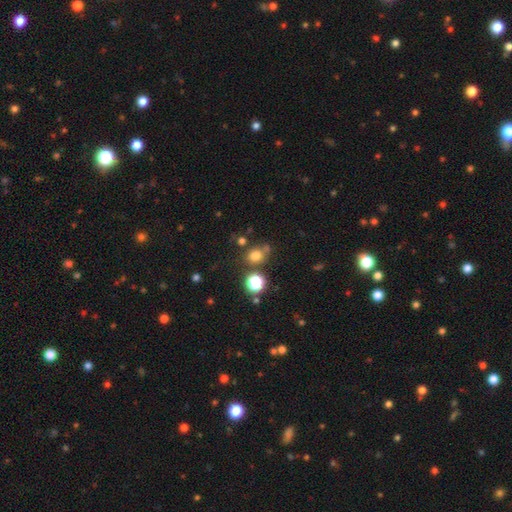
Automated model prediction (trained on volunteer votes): This appears to be a smooth galaxy with no disk features (74%) that is round (76%). Merging: none (71%).